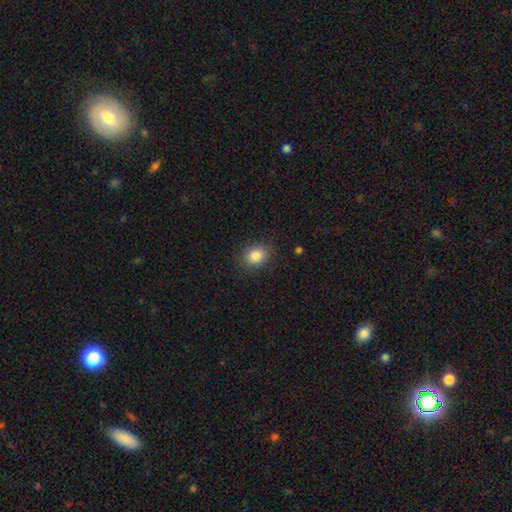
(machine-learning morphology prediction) Q: Smooth or featured?
A: smooth (85%); runner-up: star or artifact (9%)
Q: How rounded?
A: in between (56%); runner-up: round (43%)
Q: Merging?
A: none (85%); runner-up: minor disturbance (11%)